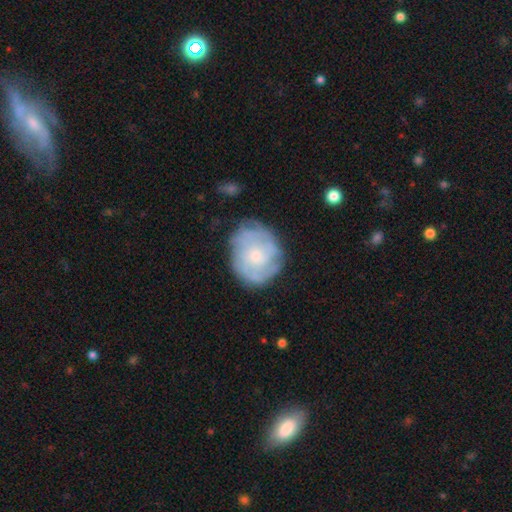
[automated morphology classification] The model was most divided on "bulge size": small: 57%, moderate: 36%, none: 3%, large: 3%, dominant: 1%. More confident: edge-on disk — no (97%); bar — no (81%); merging — none (69%); spiral arms — yes (66%); smooth or featured — featured or disk (60%).